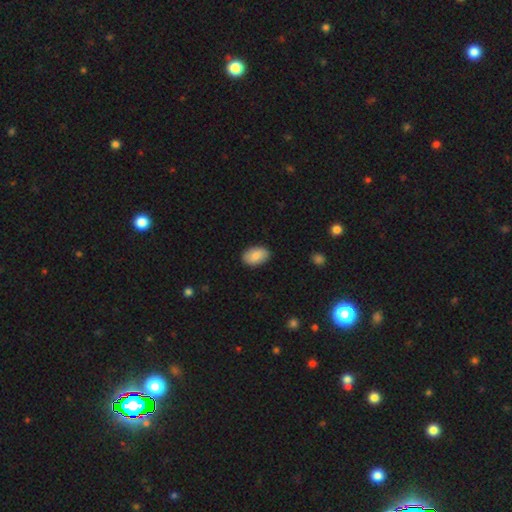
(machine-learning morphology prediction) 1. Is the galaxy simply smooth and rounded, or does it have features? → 88% smooth, 6% featured or disk, 6% star or artifact.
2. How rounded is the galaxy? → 91% in between, 7% round, 1% cigar-shaped.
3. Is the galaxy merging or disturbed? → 88% none, 9% minor disturbance, 2% major disturbance, 1% merger.